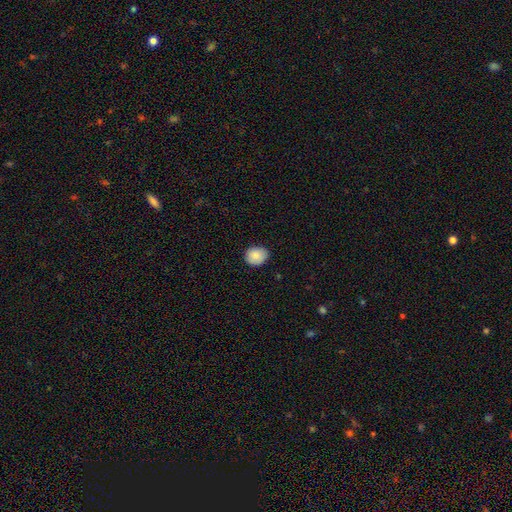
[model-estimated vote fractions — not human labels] Morphology: type=smooth (87%); roundness=round (65%); merging=none (84%).